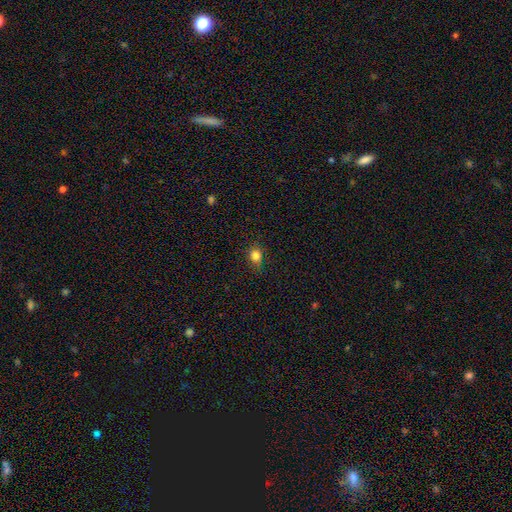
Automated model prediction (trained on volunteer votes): smooth 82%, star or artifact 13%, featured or disk 5%. Down the decision tree: how rounded — round (69%); merging — none (80%).